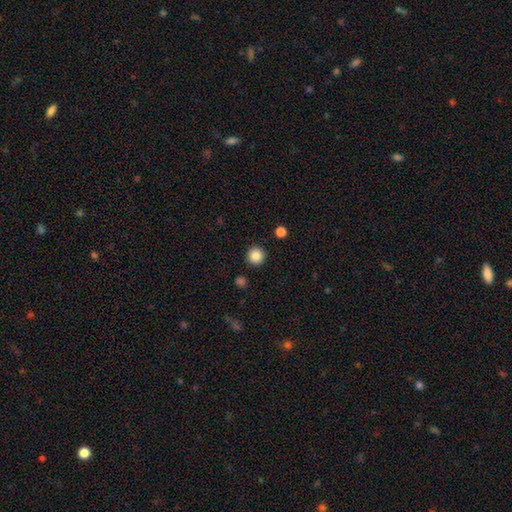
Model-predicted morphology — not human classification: This is clearly a smooth galaxy (86%). How rounded: clearly round (96%). Merging: clearly none (92%).